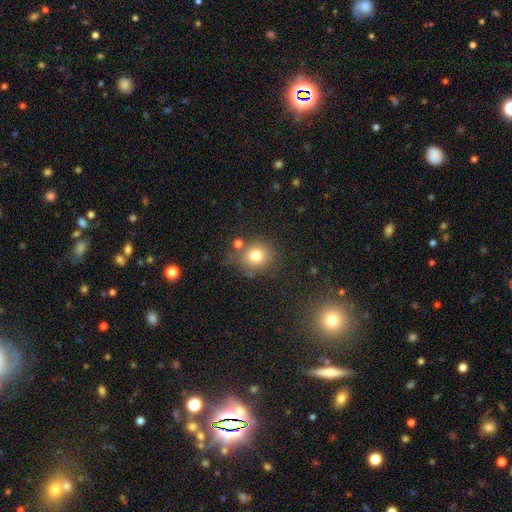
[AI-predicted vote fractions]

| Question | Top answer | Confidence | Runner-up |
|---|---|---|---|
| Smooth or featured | smooth | 78% | star or artifact (12%) |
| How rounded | round | 83% | in between (16%) |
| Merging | none | 72% | minor disturbance (13%) |